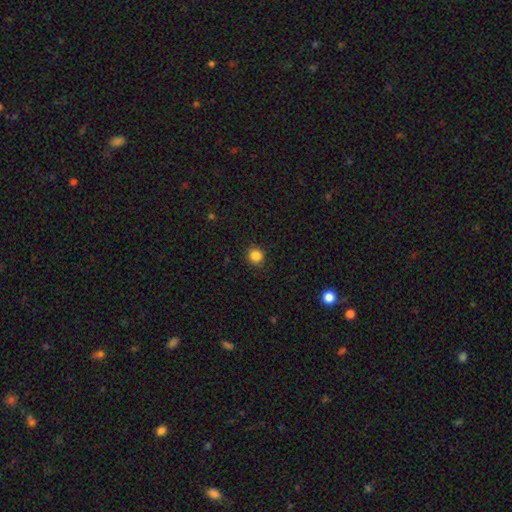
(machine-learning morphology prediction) A smooth galaxy with no disk features (85%) that is round (93%).

Vote fractions:
- Smooth or featured? smooth: 85% / star or artifact: 11% / featured or disk: 3%
- How rounded? round: 93% / in between: 6% / cigar-shaped: 1%
- Merging? none: 91% / minor disturbance: 6% / major disturbance: 2% / merger: 1%